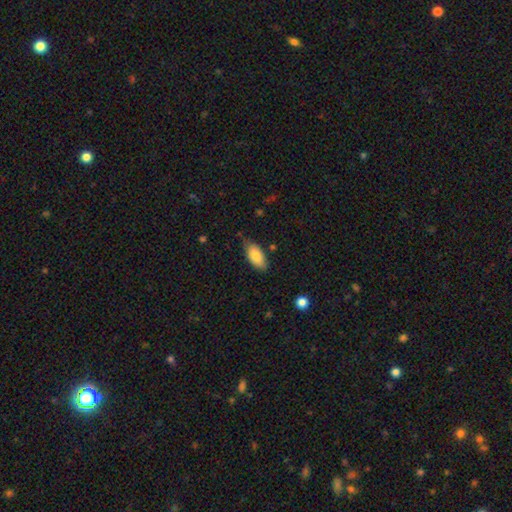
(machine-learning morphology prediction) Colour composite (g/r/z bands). It shows a smooth galaxy with no disk features (83%) that is in between round and cigar-shaped (91%). Merging: none (73%).